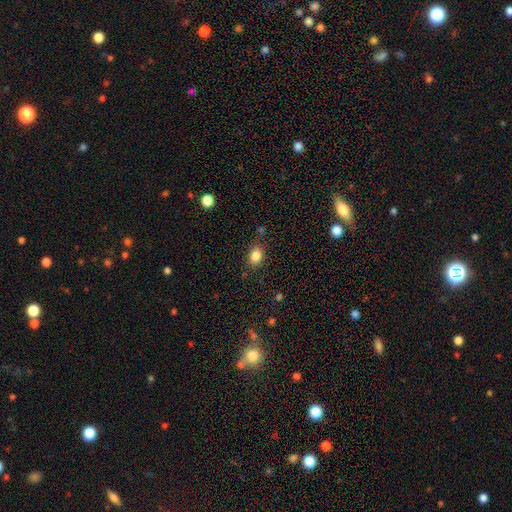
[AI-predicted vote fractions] Morphology: type=smooth (85%); roundness=in between (70%); merging=none (80%).